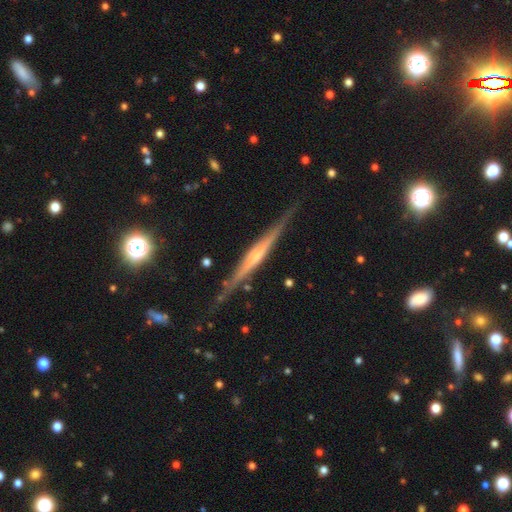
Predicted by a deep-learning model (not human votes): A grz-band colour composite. It shows a featured or disk galaxy (79%) viewed edge-on (97%) with a rounded central bulge (63%). Merging: none (84%).